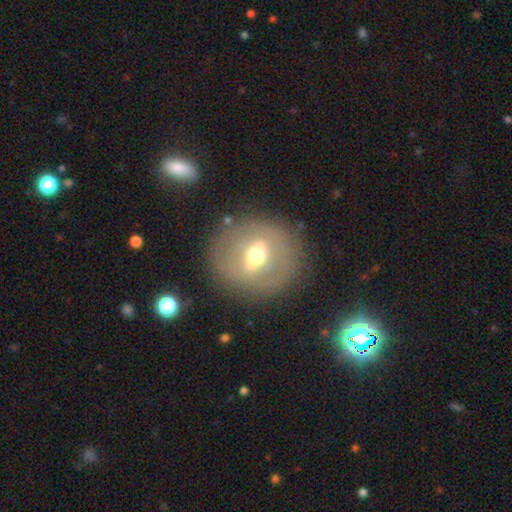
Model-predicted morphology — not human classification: type=featured or disk (57%); edge-on=no (82%); merging=none (82%).